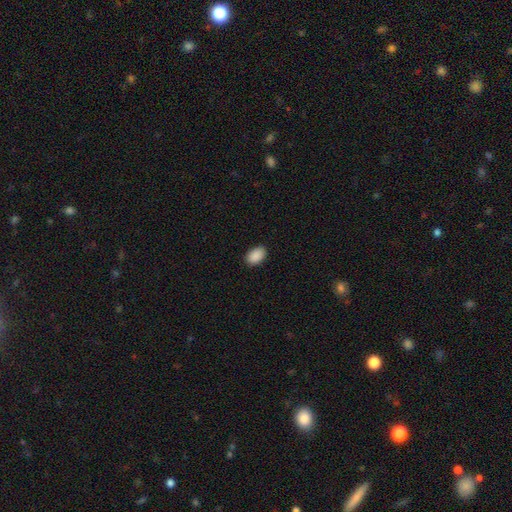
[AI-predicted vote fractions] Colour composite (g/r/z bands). It shows a smooth galaxy with no disk features (91%) that is in between round and cigar-shaped (89%). Merging: none (88%).